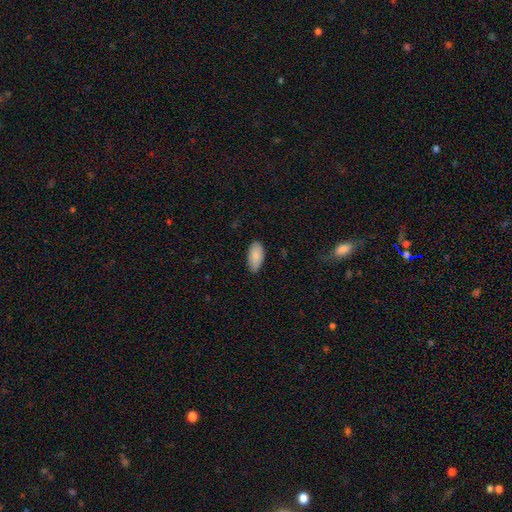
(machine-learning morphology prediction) smooth-or-featured: smooth: 89% | star or artifact: 6% | featured or disk: 5%
  how-rounded: in between: 93% | cigar-shaped: 5% | round: 2%
  merging: none: 84% | minor disturbance: 13% | major disturbance: 2% | merger: 1%